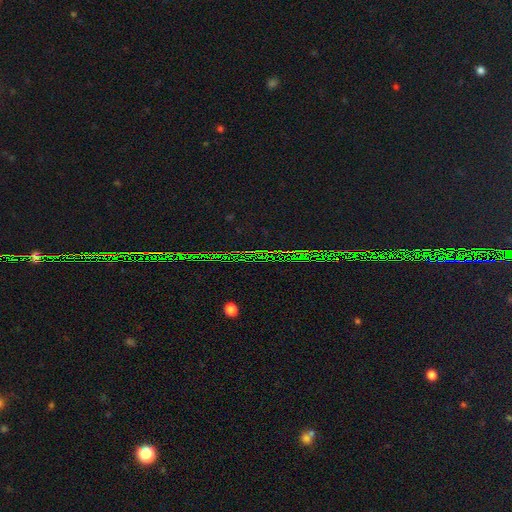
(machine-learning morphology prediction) smooth-or-featured: star or artifact: 87% | featured or disk: 6% | smooth: 6%